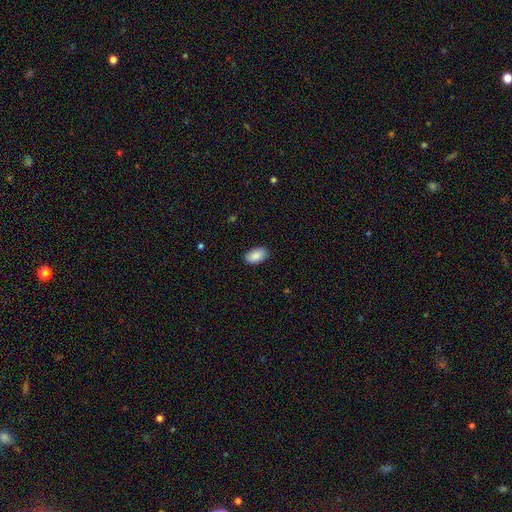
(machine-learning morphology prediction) The model was most divided on "merging": none: 88%, minor disturbance: 9%, major disturbance: 2%, merger: 1%. More confident: how rounded — in between (95%); smooth or featured — smooth (89%).